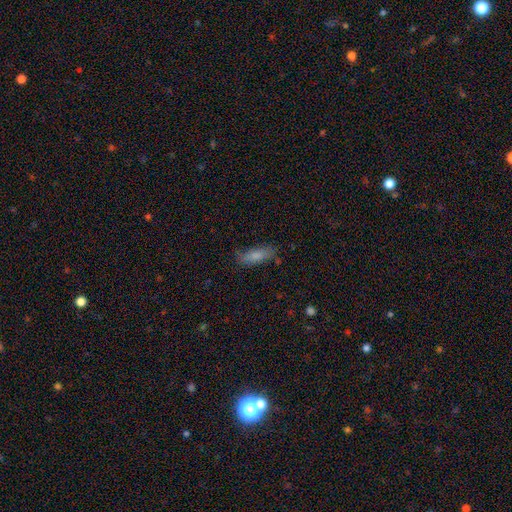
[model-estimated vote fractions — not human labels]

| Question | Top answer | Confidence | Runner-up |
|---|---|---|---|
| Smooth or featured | smooth | 78% | featured or disk (15%) |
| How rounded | in between | 58% | cigar-shaped (40%) |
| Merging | none | 71% | minor disturbance (21%) |